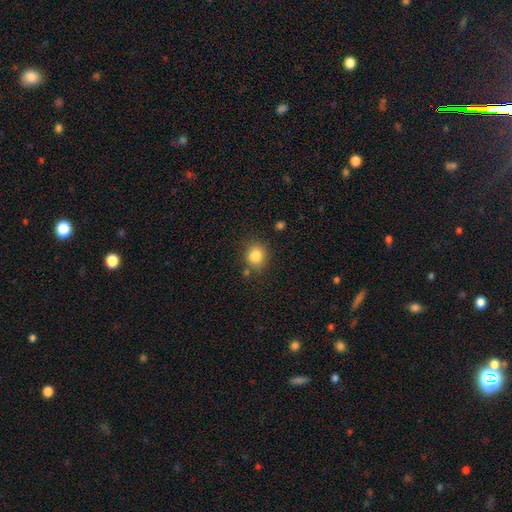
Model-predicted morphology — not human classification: This appears to be a smooth galaxy with no disk features (84%) that is round (76%). Merging: none (77%).